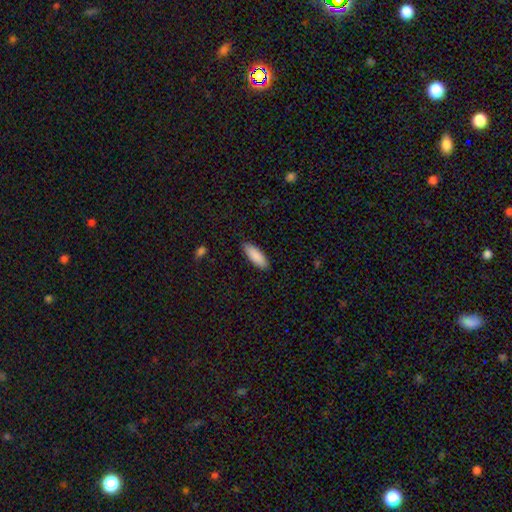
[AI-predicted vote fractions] The model was most divided on "how rounded": in between: 66%, cigar-shaped: 33%, round: 1%. More confident: smooth or featured — smooth (90%); merging — none (88%).